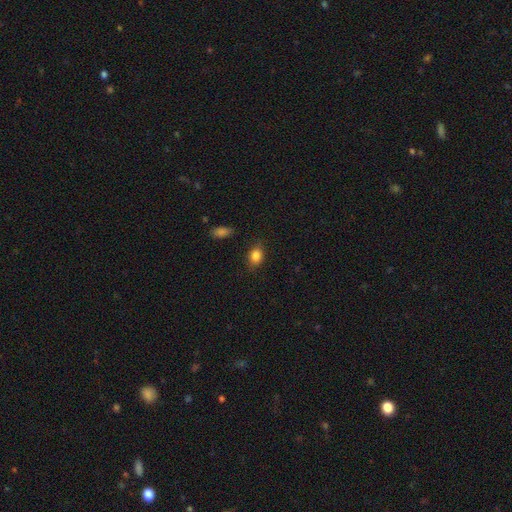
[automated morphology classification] A smooth galaxy with no disk features (85%) that is in between round and cigar-shaped (69%).

Vote fractions:
- Smooth or featured? smooth: 85% / star or artifact: 10% / featured or disk: 6%
- How rounded? in between: 69% / round: 29% / cigar-shaped: 2%
- Merging? none: 82% / minor disturbance: 13% / major disturbance: 3% / merger: 1%